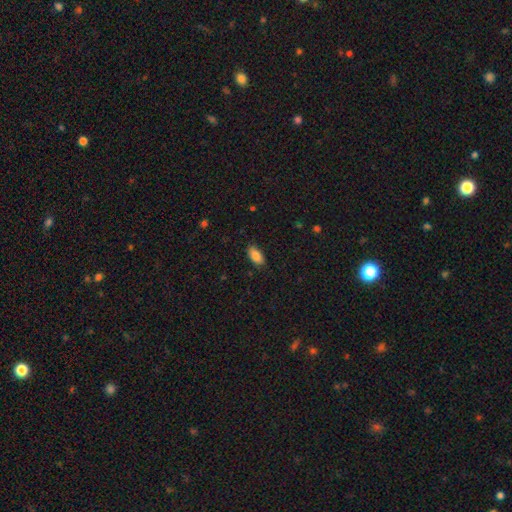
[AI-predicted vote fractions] Smooth or featured?
  - smooth: 87% *
  - star or artifact: 7%
  - featured or disk: 6%
How rounded?
  - in between: 93% *
  - cigar-shaped: 5%
  - round: 3%
Merging?
  - none: 86% *
  - minor disturbance: 11%
  - major disturbance: 2%
  - merger: 1%